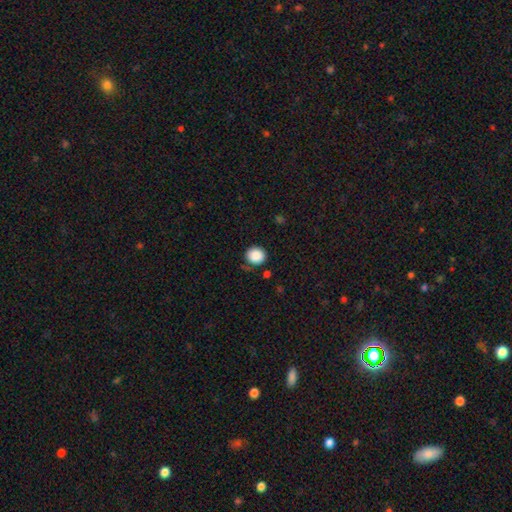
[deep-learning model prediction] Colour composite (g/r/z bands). It shows a smooth galaxy with no disk features (88%) that is round (87%). Merging: none (84%).